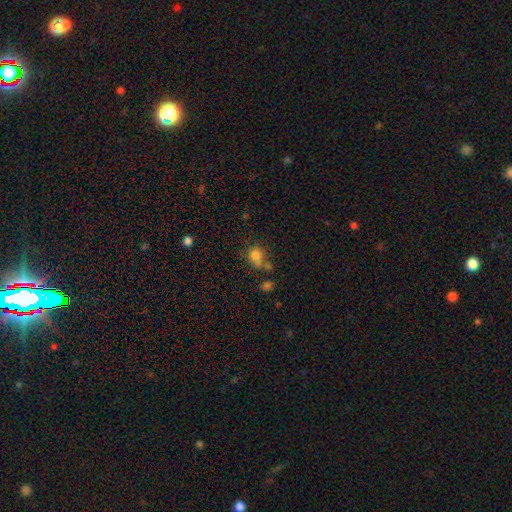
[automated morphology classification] smooth-or-featured: smooth: 78% | star or artifact: 13% | featured or disk: 9%
  how-rounded: round: 75% | in between: 24% | cigar-shaped: 1%
  merging: none: 49% | merger: 24% | minor disturbance: 18% | major disturbance: 9%